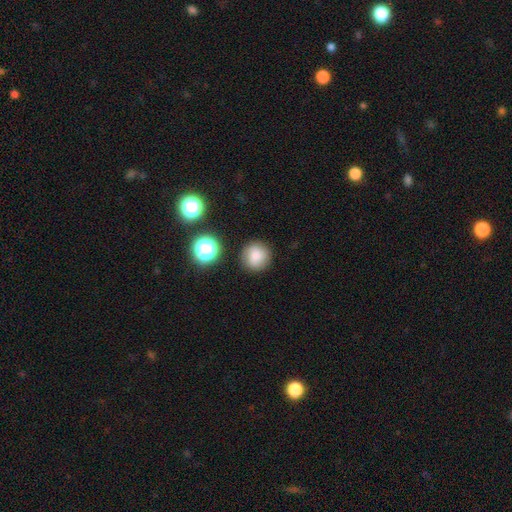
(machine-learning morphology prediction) smooth-or-featured: smooth: 79% | star or artifact: 11% | featured or disk: 10%
  how-rounded: round: 93% | in between: 6% | cigar-shaped: 1%
  merging: none: 85% | minor disturbance: 10% | major disturbance: 3% | merger: 2%